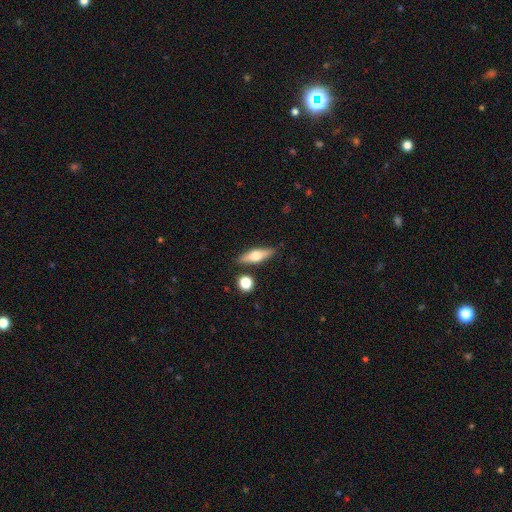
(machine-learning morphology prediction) smooth-or-featured: smooth: 50% | featured or disk: 43% | star or artifact: 7%
  how-rounded: cigar-shaped: 52% | in between: 43% | round: 4%
  merging: none: 83% | minor disturbance: 9% | merger: 5% | major disturbance: 2%